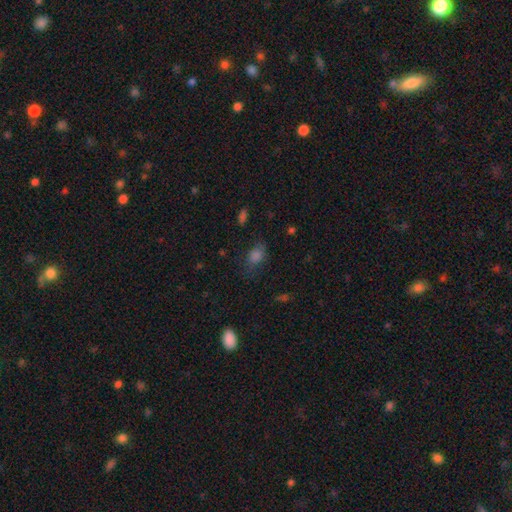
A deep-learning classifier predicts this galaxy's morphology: The model was most divided on "merging": none: 65%, minor disturbance: 22%, major disturbance: 11%, merger: 2%. More confident: smooth or featured — smooth (73%); how rounded — in between (72%).